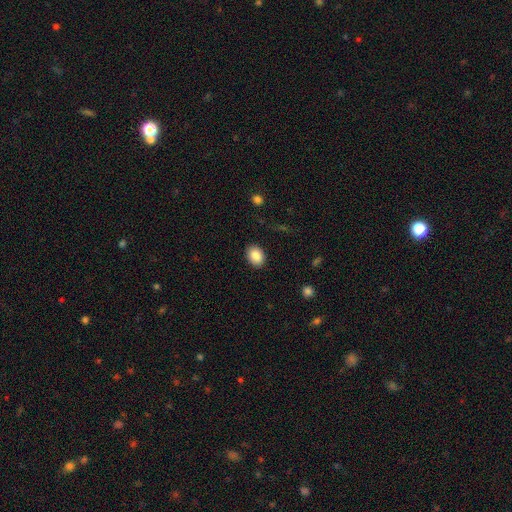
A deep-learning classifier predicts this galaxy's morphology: Smooth or featured? smooth (86%)
How rounded? in between (64%)
Merging? none (89%)